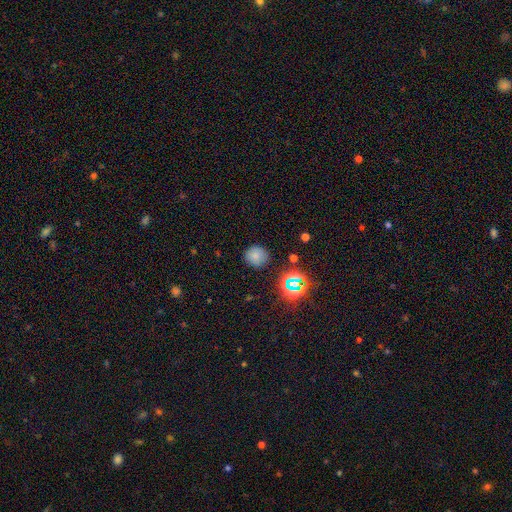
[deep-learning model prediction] Overall: smooth (73%). How rounded: round (89%). Merging: none (84%).